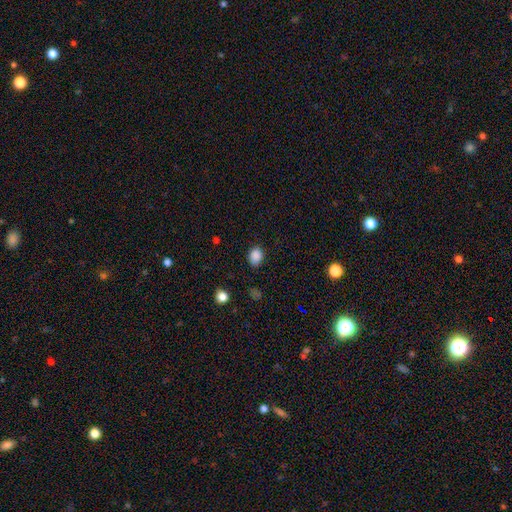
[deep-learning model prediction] This appears to be a smooth galaxy with no disk features (87%) that is in between round and cigar-shaped (57%). Merging: none (84%).